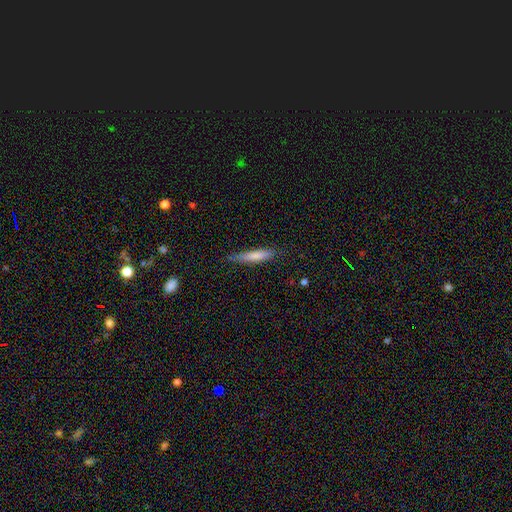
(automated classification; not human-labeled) A smooth galaxy with no disk features (77%) that is cigar-shaped (83%).

Vote fractions:
- Smooth or featured? smooth: 77% / featured or disk: 17% / star or artifact: 6%
- How rounded? cigar-shaped: 83% / in between: 16% / round: 1%
- Merging? none: 77% / minor disturbance: 18% / major disturbance: 3% / merger: 1%